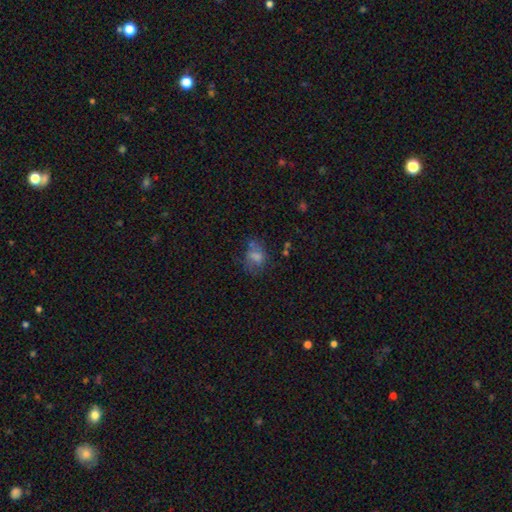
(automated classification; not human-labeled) A smooth galaxy with no disk features (66%) that is in between round and cigar-shaped (62%). Merging: none (45%).